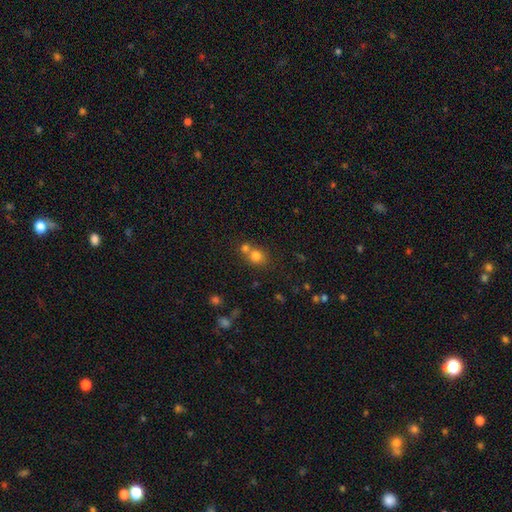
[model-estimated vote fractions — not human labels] Smooth or featured? smooth (77%)
How rounded? round (72%)
Merging? merger (46%)